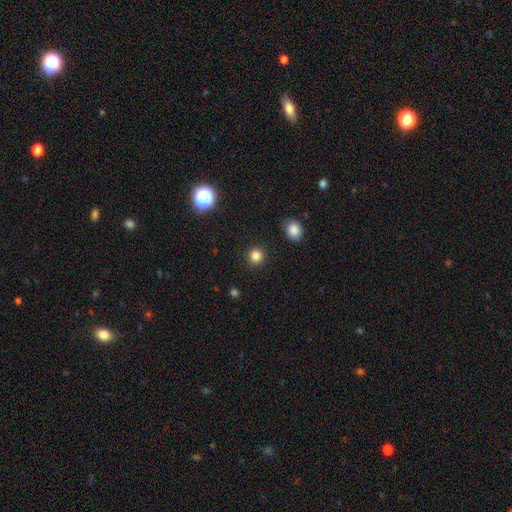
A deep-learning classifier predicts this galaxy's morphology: smooth 83%, star or artifact 13%, featured or disk 4%. Down the decision tree: how rounded — round (92%); merging — none (91%).